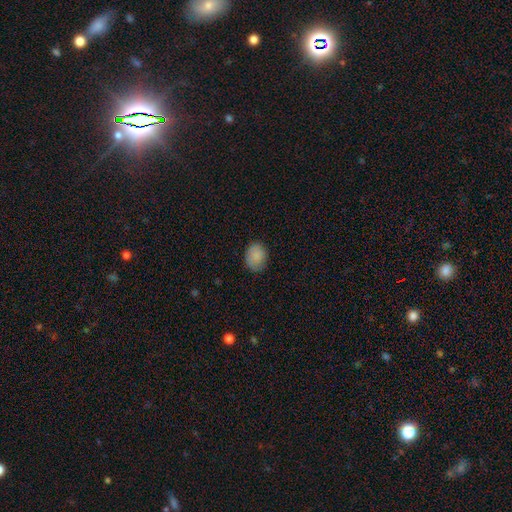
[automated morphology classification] Smooth or featured? smooth (87%)
How rounded? in between (60%)
Merging? none (79%)